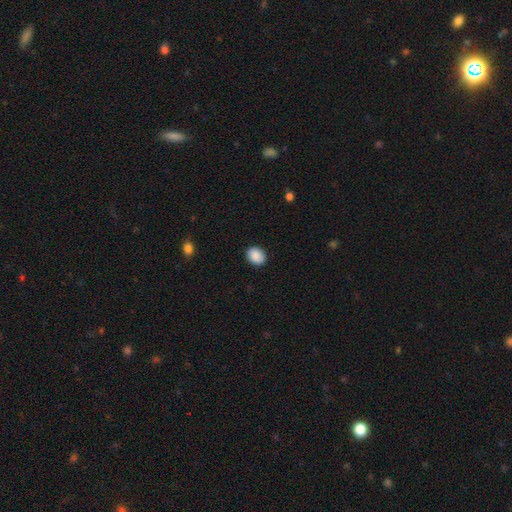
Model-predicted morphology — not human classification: Smooth or featured? Predicted: smooth (p=0.90). How rounded? Predicted: round (p=0.51). Merging? Predicted: none (p=0.89).